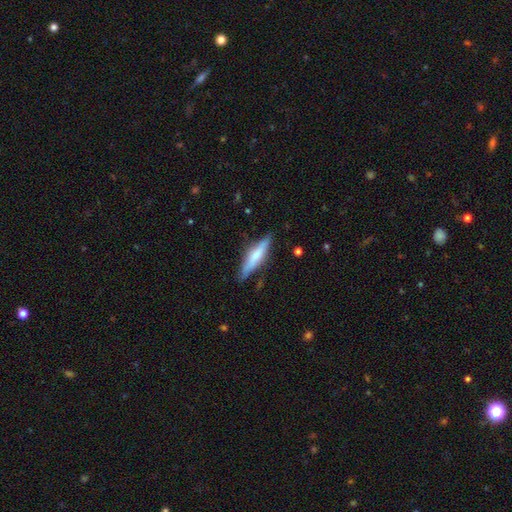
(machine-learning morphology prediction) smooth-or-featured: smooth: 55% | featured or disk: 39% | star or artifact: 6%
  how-rounded: cigar-shaped: 76% | in between: 22% | round: 2%
  merging: none: 81% | minor disturbance: 14% | major disturbance: 3% | merger: 1%